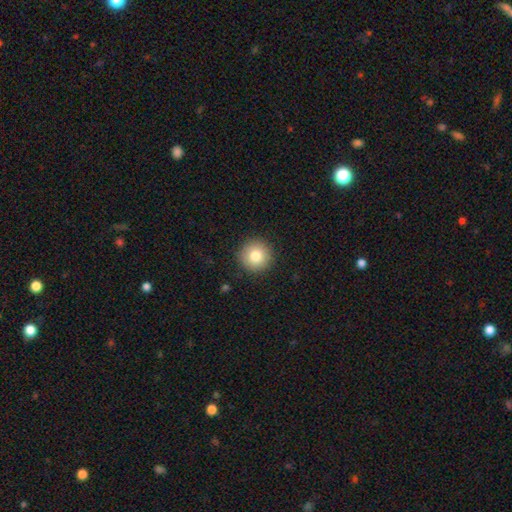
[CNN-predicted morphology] Smooth or featured? smooth (81%)
How rounded? round (96%)
Merging? none (91%)